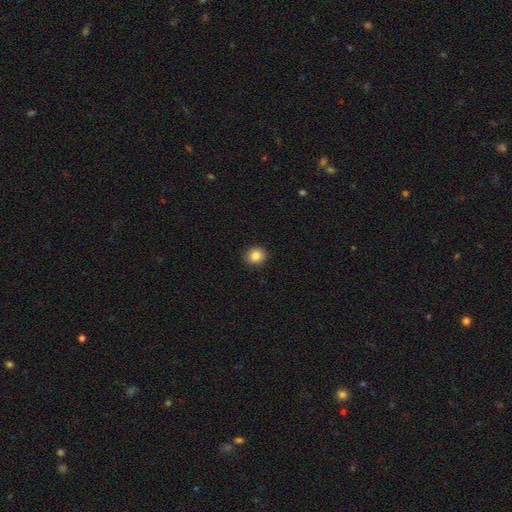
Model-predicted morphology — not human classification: type=smooth (86%); roundness=round (81%); merging=none (91%).